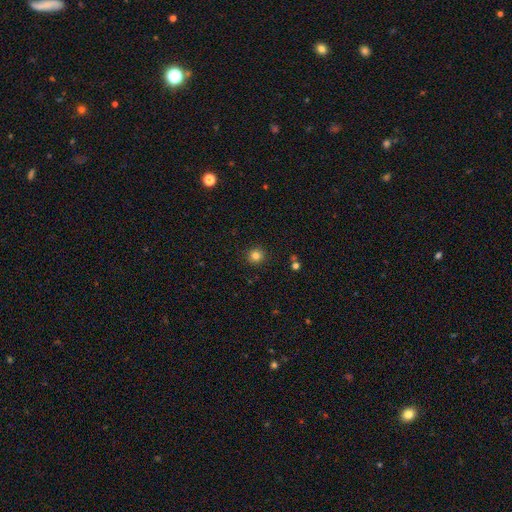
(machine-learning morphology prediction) smooth 82%, star or artifact 13%, featured or disk 5%. Down the decision tree: how rounded — round (94%); merging — none (91%).